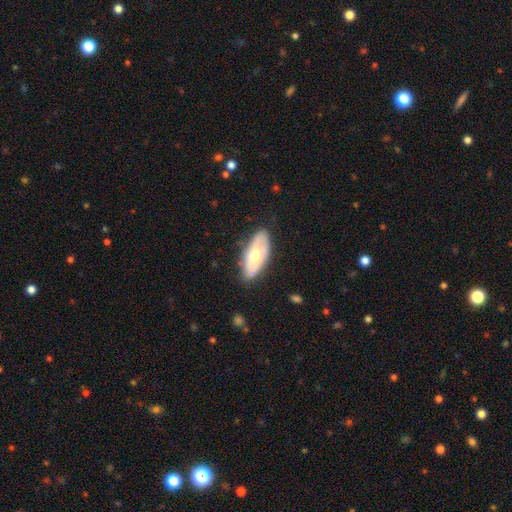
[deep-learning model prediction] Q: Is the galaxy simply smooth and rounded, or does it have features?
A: smooth — 48%.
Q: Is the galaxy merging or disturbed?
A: none — 75%.